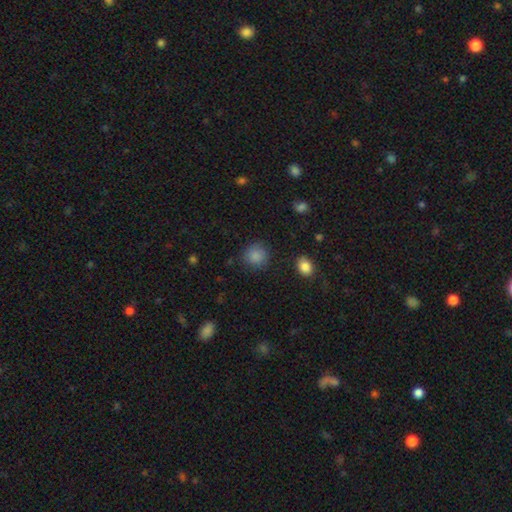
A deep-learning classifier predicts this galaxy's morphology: Smooth or featured? smooth (86%)
How rounded? round (89%)
Merging? none (85%)